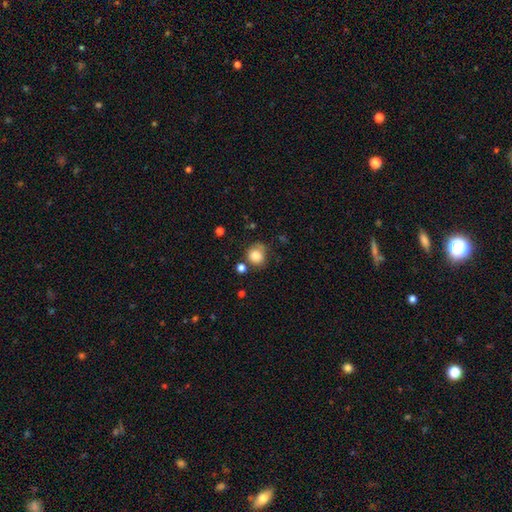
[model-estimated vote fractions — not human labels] Smooth or featured? Predicted: smooth (p=0.83). How rounded? Predicted: round (p=0.83). Merging? Predicted: none (p=0.63).